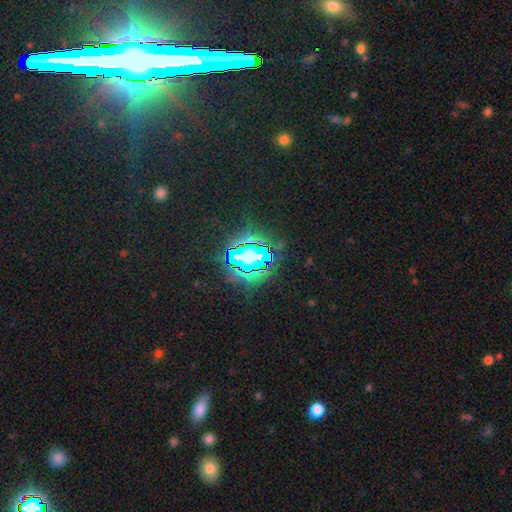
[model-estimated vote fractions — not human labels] Morphology: type=star or artifact (76%).